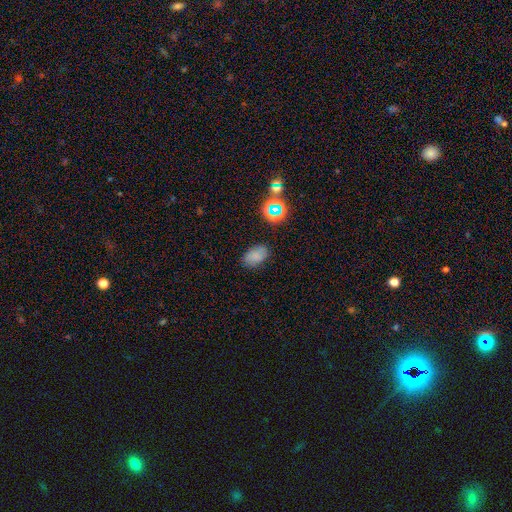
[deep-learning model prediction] smooth-or-featured: smooth: 77% | star or artifact: 16% | featured or disk: 7%
  how-rounded: in between: 88% | round: 11% | cigar-shaped: 1%
  merging: none: 80% | minor disturbance: 14% | major disturbance: 4% | merger: 2%